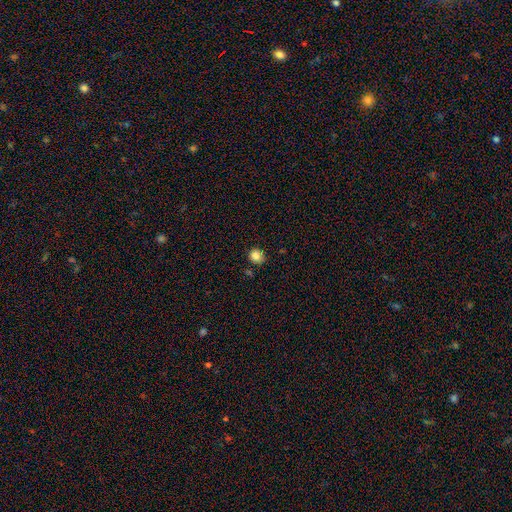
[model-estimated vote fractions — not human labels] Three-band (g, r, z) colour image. It shows a smooth galaxy with no disk features (84%) that is round (87%). Merging: none (83%).